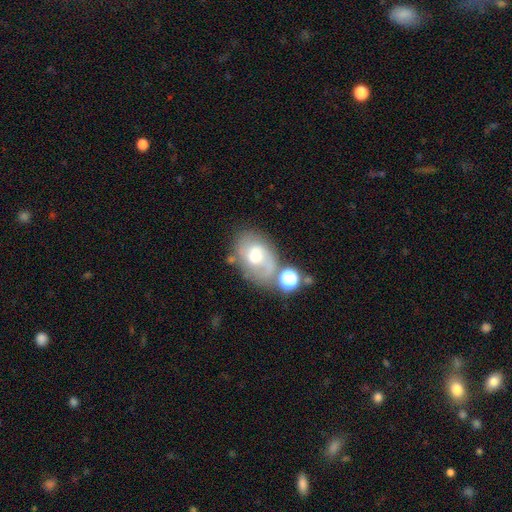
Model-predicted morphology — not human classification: smooth_or_featured: featured or disk (p=0.57) [alt: smooth p=0.33]
disk_edge_on: no (p=0.95) [alt: yes p=0.05]
bar: no (p=0.54) [alt: weak p=0.38]
has_spiral_arms: yes (p=0.76) [alt: no p=0.24]
bulge_size: moderate (p=0.56) [alt: large p=0.20]
merging: none (p=0.53) [alt: minor disturbance p=0.21]